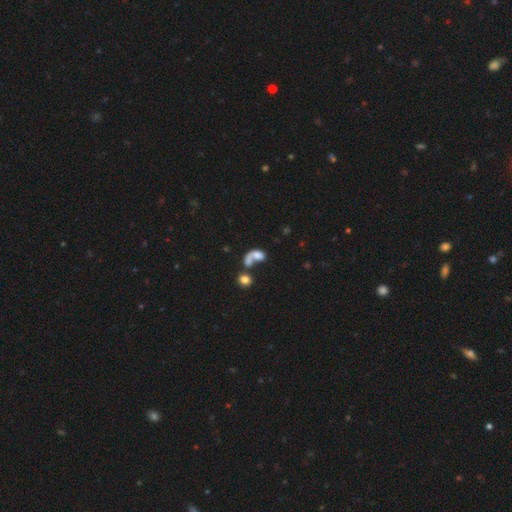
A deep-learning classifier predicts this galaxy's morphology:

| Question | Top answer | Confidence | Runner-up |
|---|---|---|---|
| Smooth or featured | smooth | 58% | featured or disk (30%) |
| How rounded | in between | 73% | round (23%) |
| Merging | merger | 54% | none (19%) |